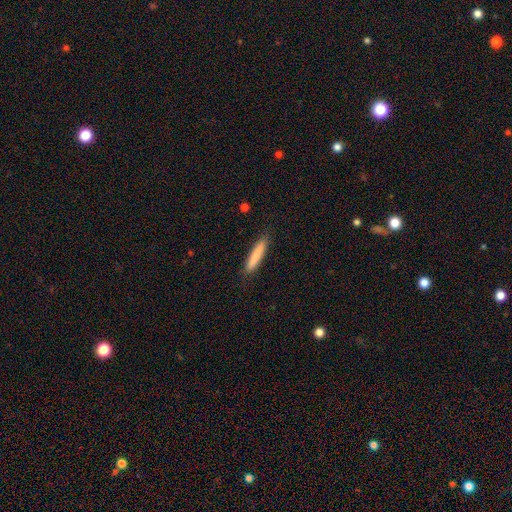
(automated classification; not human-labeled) This appears to be a smooth galaxy with no disk features (82%) that is cigar-shaped (90%). Merging: none (86%).